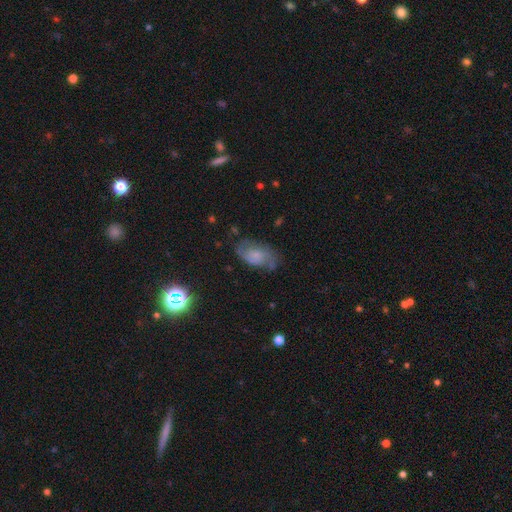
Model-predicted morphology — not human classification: smooth-or-featured: featured or disk: 58% | smooth: 31% | star or artifact: 11%
  disk-edge-on: no: 96% | yes: 4%
    bar: no: 69% | weak: 27% | strong: 5%
    has-spiral-arms: yes: 85% | no: 15%
    bulge-size: small: 36% | none: 30% | moderate: 23% | large: 9% | dominant: 2%
  merging: none: 63% | minor disturbance: 23% | major disturbance: 12% | merger: 2%